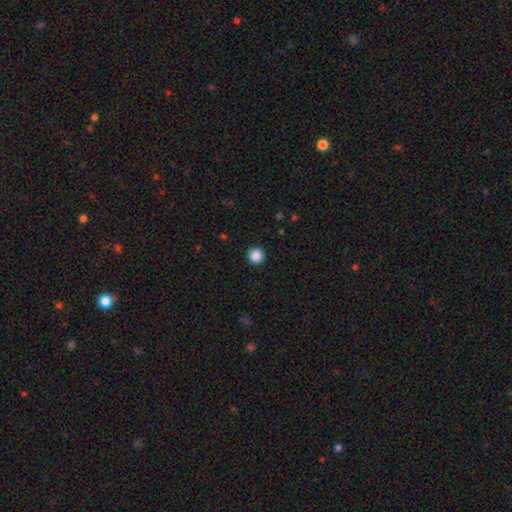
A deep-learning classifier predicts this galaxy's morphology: smooth_or_featured: smooth (p=0.87) [alt: star or artifact p=0.10]
how_rounded: round (p=0.96) [alt: in between p=0.03]
merging: none (p=0.93) [alt: minor disturbance p=0.04]